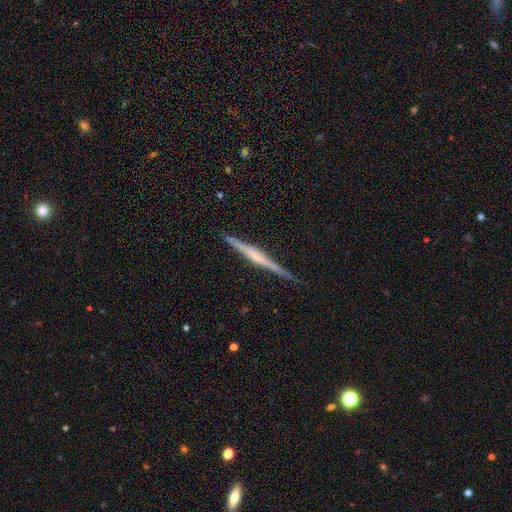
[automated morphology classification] This appears to be a featured or disk galaxy (76%) viewed edge-on (99%) with a rounded central bulge (54%). Merging: none (91%).